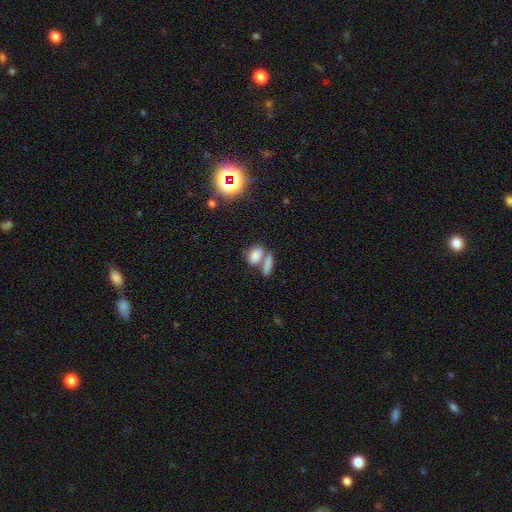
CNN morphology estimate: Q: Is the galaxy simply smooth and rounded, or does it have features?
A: smooth — 80%.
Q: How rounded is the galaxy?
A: in between — 82%.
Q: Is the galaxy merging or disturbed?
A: merger — 50%.